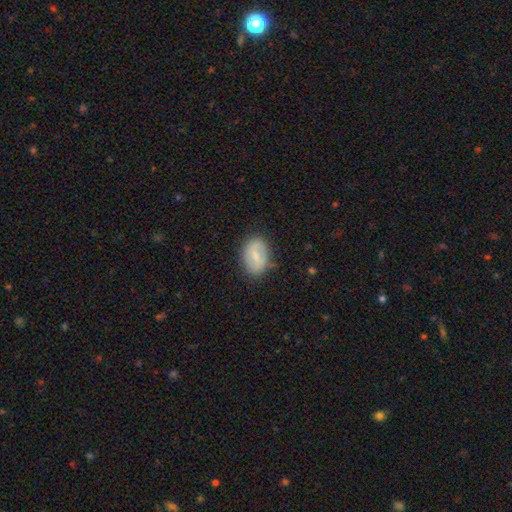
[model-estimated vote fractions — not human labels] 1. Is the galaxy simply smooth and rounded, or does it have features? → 57% smooth, 36% featured or disk, 7% star or artifact.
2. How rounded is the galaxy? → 80% in between, 18% round, 2% cigar-shaped.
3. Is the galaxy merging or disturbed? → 77% none, 17% minor disturbance, 4% major disturbance, 1% merger.